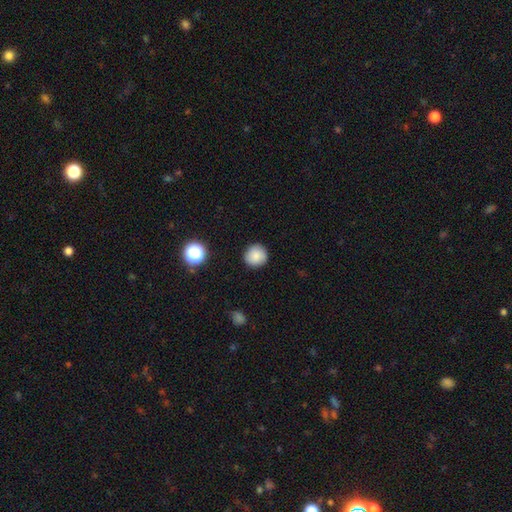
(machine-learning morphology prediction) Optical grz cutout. It shows a smooth galaxy with no disk features (85%) that is round (93%). Merging: none (90%).